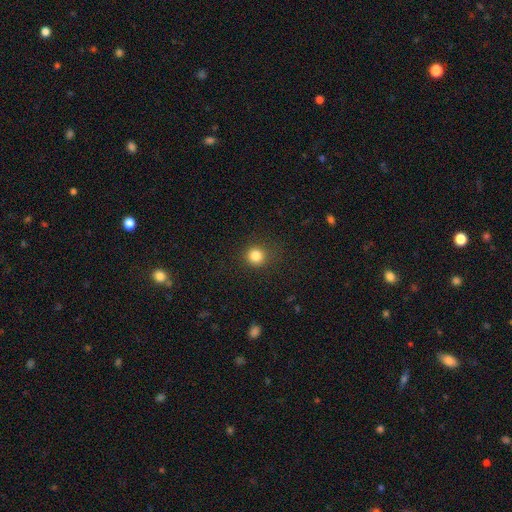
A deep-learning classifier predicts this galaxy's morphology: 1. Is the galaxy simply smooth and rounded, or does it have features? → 84% smooth, 12% star or artifact, 4% featured or disk.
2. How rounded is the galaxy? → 91% round, 8% in between, 1% cigar-shaped.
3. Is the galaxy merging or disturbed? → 87% none, 8% minor disturbance, 3% major disturbance, 1% merger.